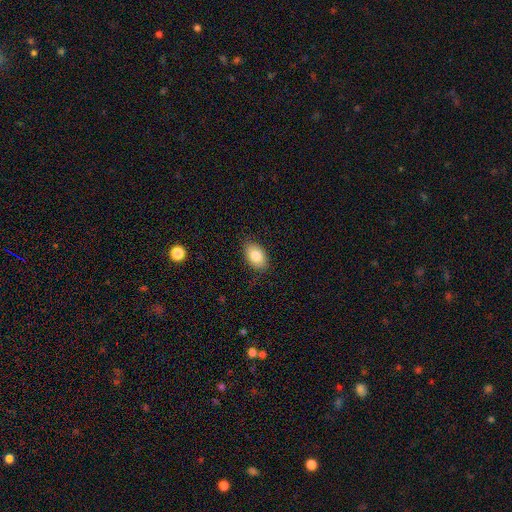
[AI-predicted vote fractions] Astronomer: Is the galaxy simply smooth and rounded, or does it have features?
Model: smooth — 83%.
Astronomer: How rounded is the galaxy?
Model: in between — 91%.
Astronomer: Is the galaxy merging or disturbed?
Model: none — 84%.